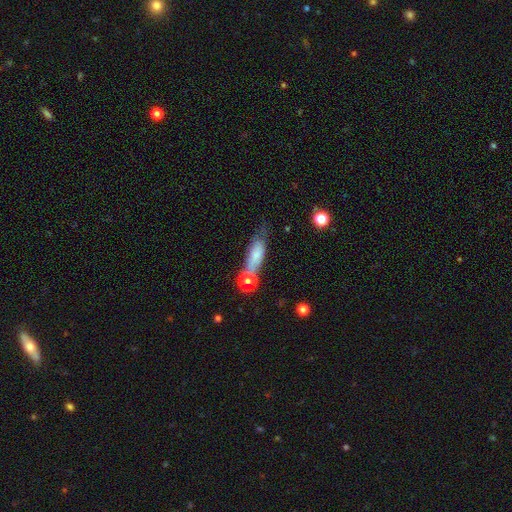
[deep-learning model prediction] A smooth galaxy with no disk features (65%) that is cigar-shaped (48%). Merging: none (38%).